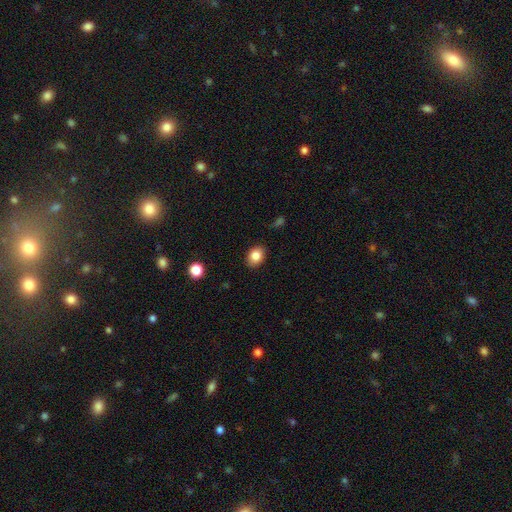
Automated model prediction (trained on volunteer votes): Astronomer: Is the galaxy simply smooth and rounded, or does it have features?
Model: smooth — 85%.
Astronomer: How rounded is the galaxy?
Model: in between — 63%.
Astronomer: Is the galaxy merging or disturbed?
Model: none — 87%.